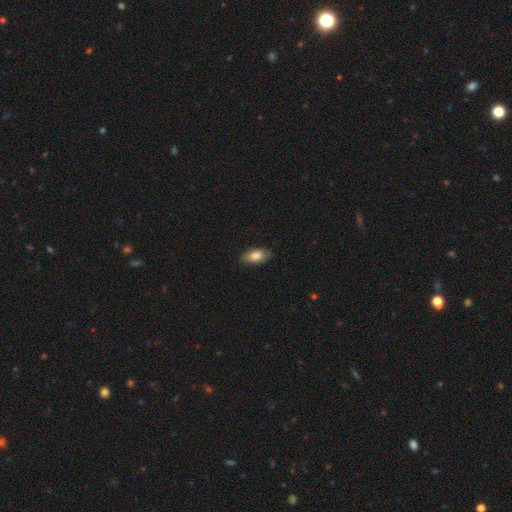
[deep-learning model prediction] smooth-or-featured: smooth: 82% | featured or disk: 12% | star or artifact: 7%
  how-rounded: in between: 90% | cigar-shaped: 7% | round: 3%
  merging: none: 82% | minor disturbance: 14% | major disturbance: 3% | merger: 1%